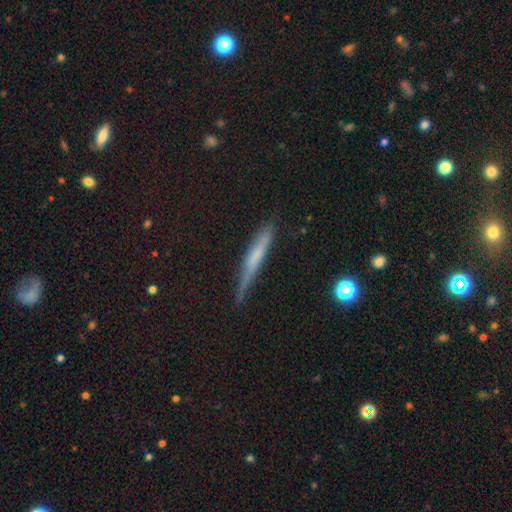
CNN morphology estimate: This appears to be a smooth galaxy with no disk features (49%). Merging: none (68%).